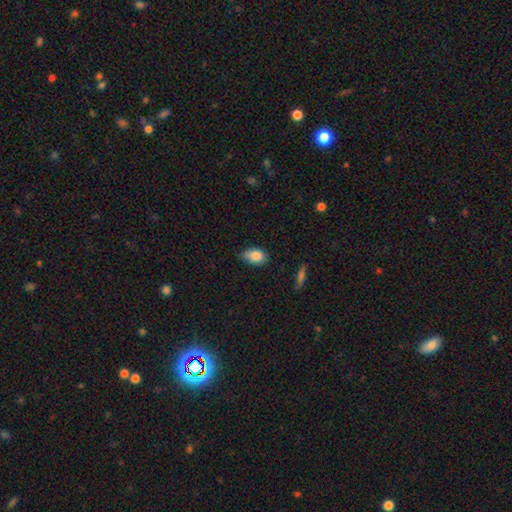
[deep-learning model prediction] A smooth galaxy with no disk features (84%) that is in between round and cigar-shaped (86%).

Vote fractions:
- Smooth or featured? smooth: 84% / star or artifact: 8% / featured or disk: 8%
- How rounded? in between: 86% / round: 13% / cigar-shaped: 2%
- Merging? none: 59% / minor disturbance: 34% / major disturbance: 5% / merger: 2%